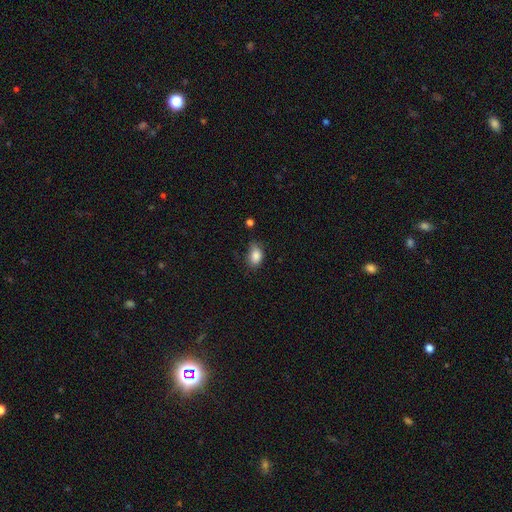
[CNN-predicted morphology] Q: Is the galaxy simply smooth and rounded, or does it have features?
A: smooth — 86%.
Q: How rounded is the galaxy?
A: in between — 78%.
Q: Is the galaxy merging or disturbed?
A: none — 61%.